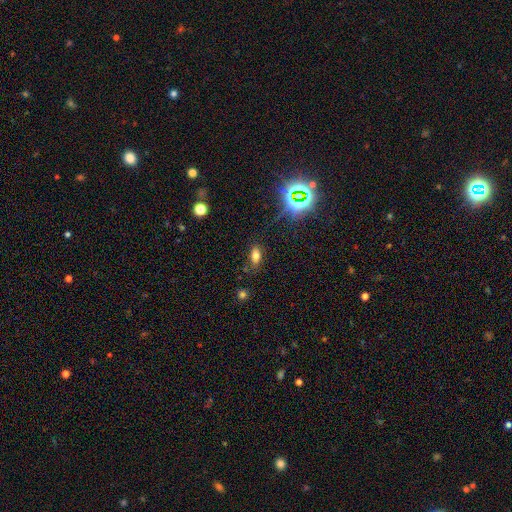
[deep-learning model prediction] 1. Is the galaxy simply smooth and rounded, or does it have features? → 69% smooth, 19% star or artifact, 12% featured or disk.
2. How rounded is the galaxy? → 85% in between, 8% round, 7% cigar-shaped.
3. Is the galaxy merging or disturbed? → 81% none, 13% minor disturbance, 4% major disturbance, 2% merger.